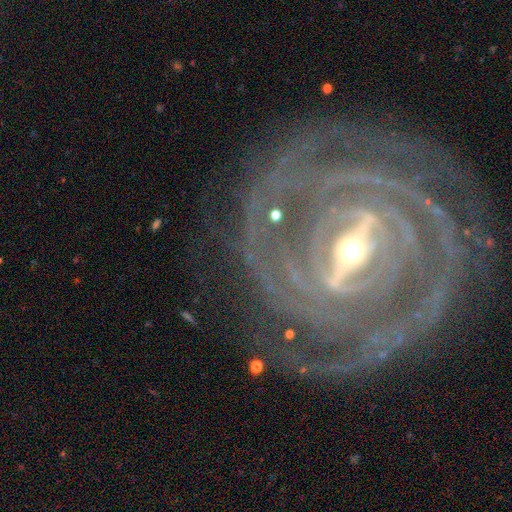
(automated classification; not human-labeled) smooth_or_featured: featured or disk (p=0.91) [alt: star or artifact p=0.05]
disk_edge_on: no (p=0.95) [alt: yes p=0.05]
bar: strong (p=0.70) [alt: weak p=0.23]
has_spiral_arms: yes (p=0.97) [alt: no p=0.03]
spiral_winding: tight (p=0.84) [alt: medium p=0.13]
spiral_arm_count: can't tell (p=0.22) [alt: 4 p=0.20]
bulge_size: small (p=0.50) [alt: moderate p=0.46]
merging: none (p=0.81) [alt: minor disturbance p=0.12]